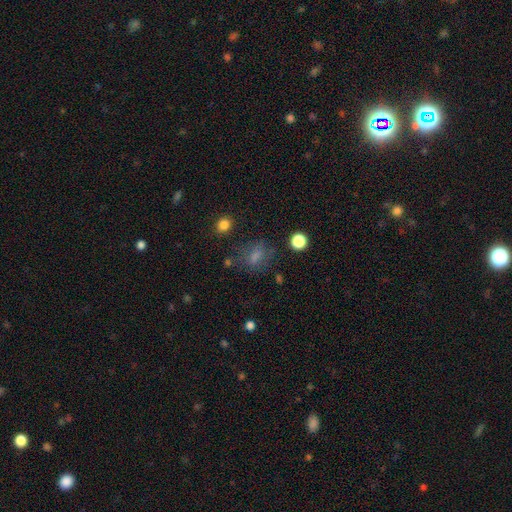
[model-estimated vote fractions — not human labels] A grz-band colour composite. It shows a smooth galaxy with no disk features (70%) that is in between round and cigar-shaped (61%). Merging: none (64%).